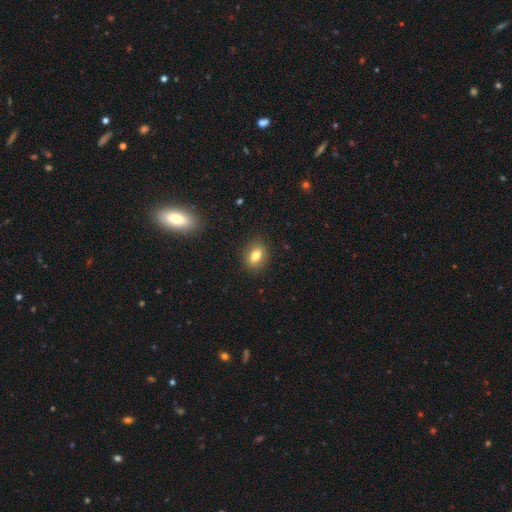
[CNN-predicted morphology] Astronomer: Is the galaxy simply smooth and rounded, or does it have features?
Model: smooth — 79%.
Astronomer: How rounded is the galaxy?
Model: in between — 63%.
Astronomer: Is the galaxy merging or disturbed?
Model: none — 87%.